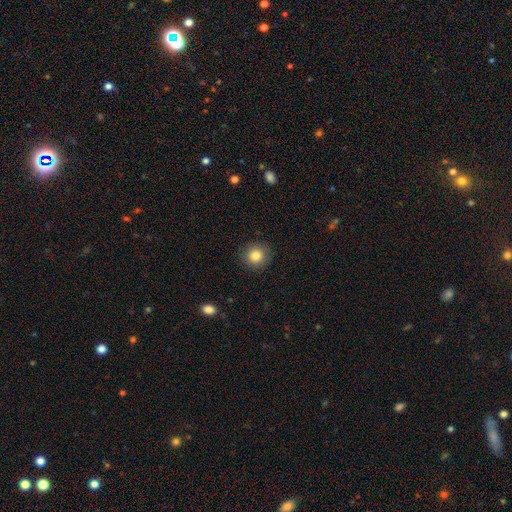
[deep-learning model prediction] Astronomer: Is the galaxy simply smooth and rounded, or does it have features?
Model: smooth — 83%.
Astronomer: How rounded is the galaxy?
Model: round — 92%.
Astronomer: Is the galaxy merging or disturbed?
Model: none — 90%.